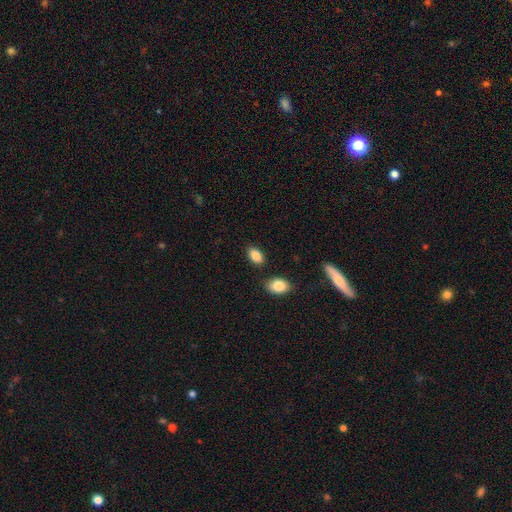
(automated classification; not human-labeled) A smooth galaxy with no disk features (87%) that is in between round and cigar-shaped (91%).

Vote fractions:
- Smooth or featured? smooth: 87% / star or artifact: 8% / featured or disk: 5%
- How rounded? in between: 91% / round: 8% / cigar-shaped: 2%
- Merging? none: 83% / minor disturbance: 10% / merger: 5% / major disturbance: 2%